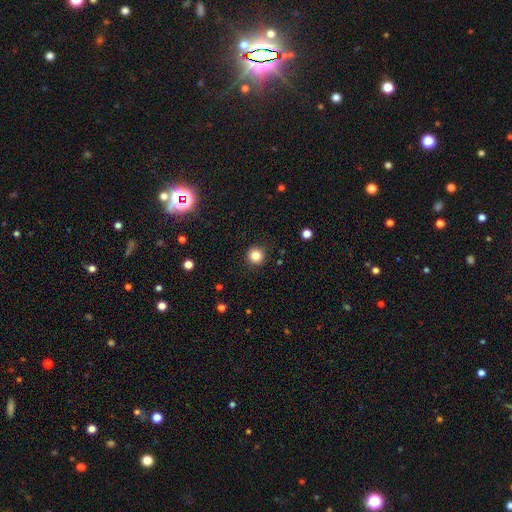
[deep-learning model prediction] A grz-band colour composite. It shows a smooth galaxy with no disk features (83%) that is round (95%). Merging: none (91%).